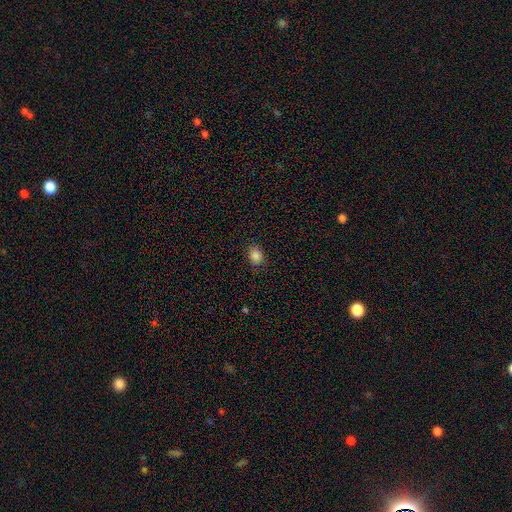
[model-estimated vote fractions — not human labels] A smooth galaxy with no disk features (86%) that is in between round and cigar-shaped (60%).

Vote fractions:
- Smooth or featured? smooth: 86% / star or artifact: 11% / featured or disk: 4%
- How rounded? in between: 60% / round: 39% / cigar-shaped: 1%
- Merging? none: 85% / minor disturbance: 11% / major disturbance: 3% / merger: 1%